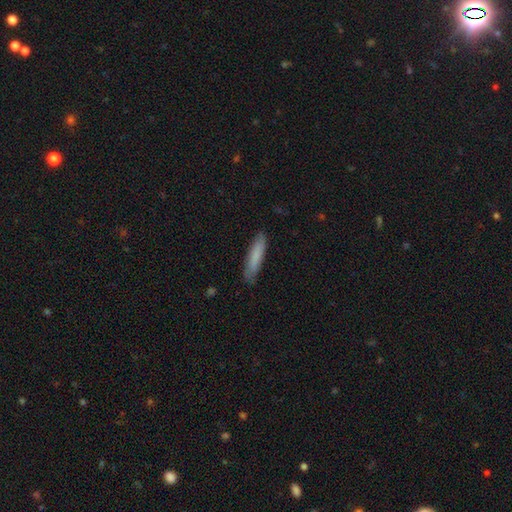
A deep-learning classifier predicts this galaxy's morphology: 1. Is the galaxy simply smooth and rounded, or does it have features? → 80% smooth, 14% featured or disk, 6% star or artifact.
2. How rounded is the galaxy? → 86% cigar-shaped, 13% in between, 1% round.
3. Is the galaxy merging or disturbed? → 86% none, 11% minor disturbance, 2% major disturbance, 1% merger.